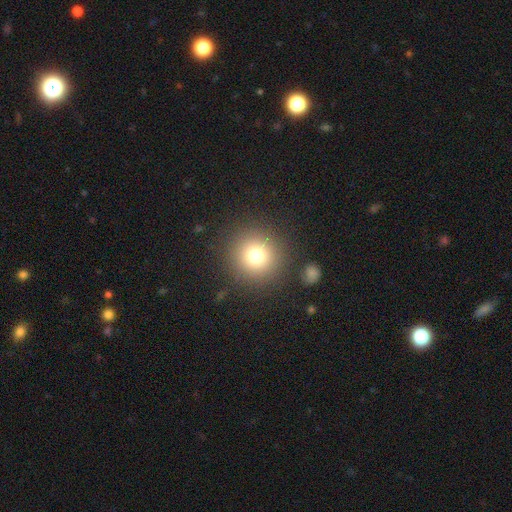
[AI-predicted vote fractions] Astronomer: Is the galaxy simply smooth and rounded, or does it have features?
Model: smooth — 76%.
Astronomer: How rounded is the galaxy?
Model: round — 94%.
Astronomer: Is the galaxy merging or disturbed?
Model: none — 87%.